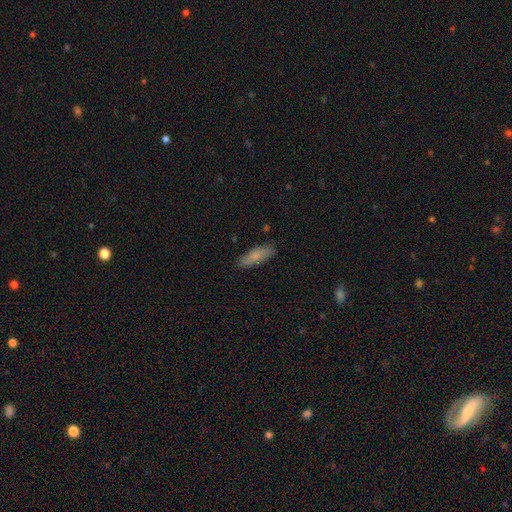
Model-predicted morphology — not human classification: Overall: smooth (76%). How rounded: in between (51%; cigar-shaped 47%). Merging: none (84%).